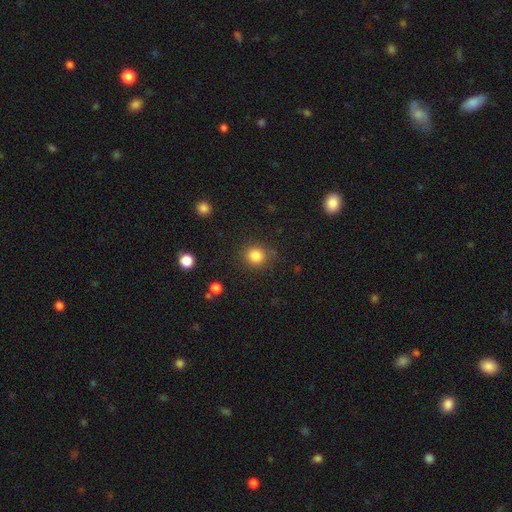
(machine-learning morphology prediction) The model was most divided on "smooth or featured": smooth: 85%, star or artifact: 11%, featured or disk: 5%. More confident: how rounded — round (88%); merging — none (84%).